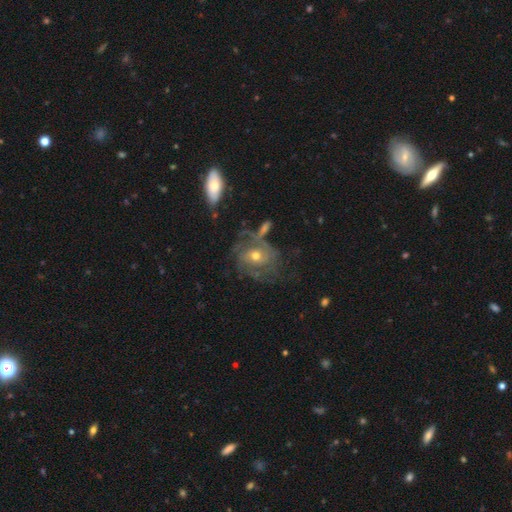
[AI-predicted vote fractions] This appears to be a featured or disk galaxy (76%) with no bar (62%), tight (51%) spiral arms (81%) and a moderate central bulge (59%). Merging: none (55%).